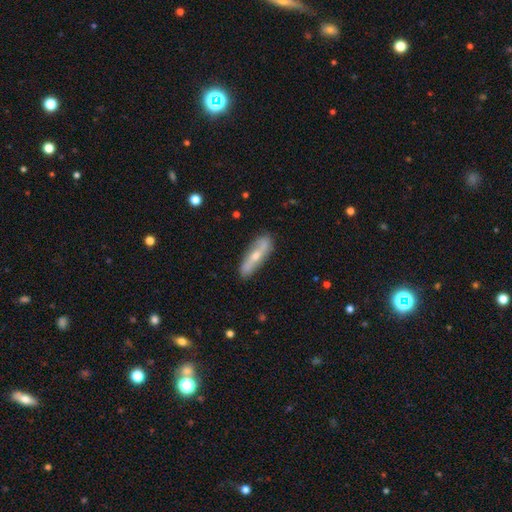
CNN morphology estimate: Q: Smooth or featured?
A: featured or disk (61%); runner-up: smooth (33%)
Q: Edge-on disk?
A: no (56%); runner-up: yes (44%)
Q: Merging?
A: none (83%); runner-up: minor disturbance (13%)